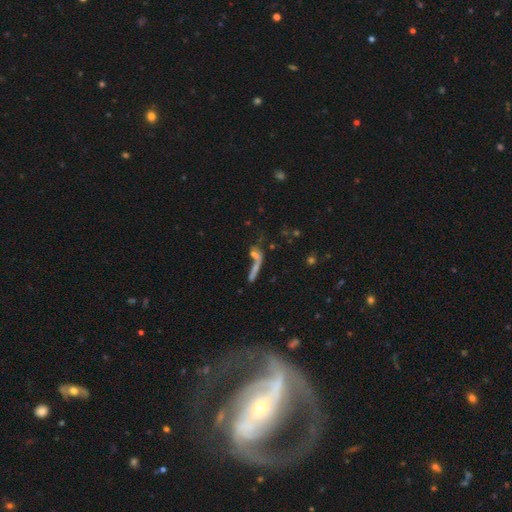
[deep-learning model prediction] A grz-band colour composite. It shows a smooth galaxy with no disk features (44%). Merging: merger (40%).